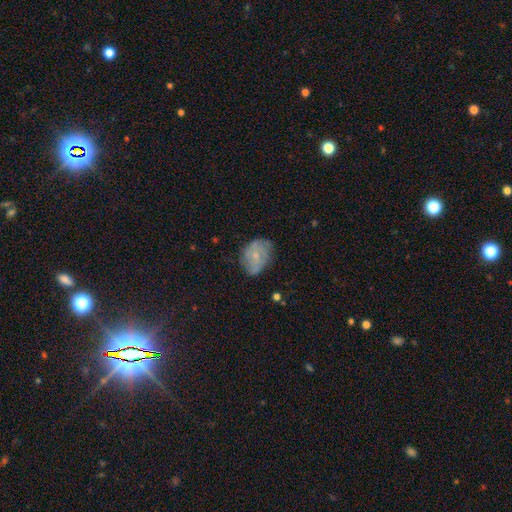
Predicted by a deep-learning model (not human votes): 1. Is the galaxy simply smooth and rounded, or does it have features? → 47% smooth, 45% featured or disk, 8% star or artifact.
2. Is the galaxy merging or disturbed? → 64% none, 27% minor disturbance, 8% major disturbance, 1% merger.